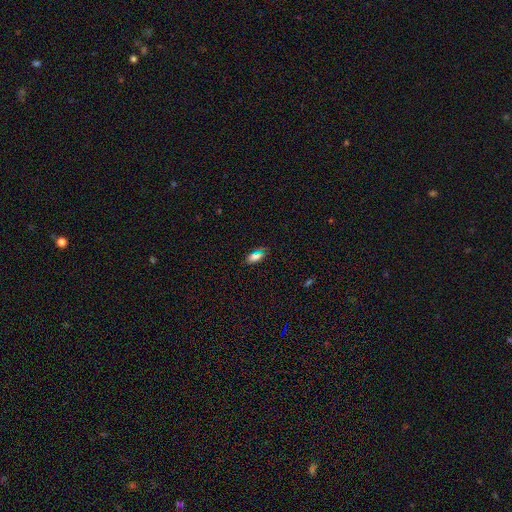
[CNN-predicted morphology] Smooth or featured?
  - smooth: 69% *
  - star or artifact: 20%
  - featured or disk: 11%
How rounded?
  - in between: 82% *
  - cigar-shaped: 12%
  - round: 6%
Merging?
  - none: 77% *
  - minor disturbance: 16%
  - major disturbance: 4%
  - merger: 2%